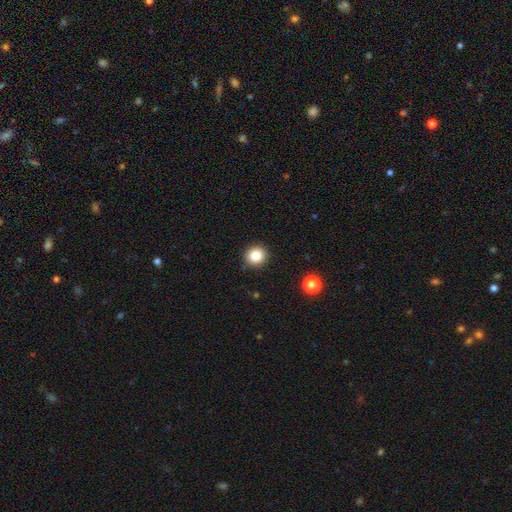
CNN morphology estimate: Smooth or featured: smooth — 84% (star or artifact — 11%)
How rounded: round — 91% (in between — 8%)
Merging: none — 91% (minor disturbance — 6%)